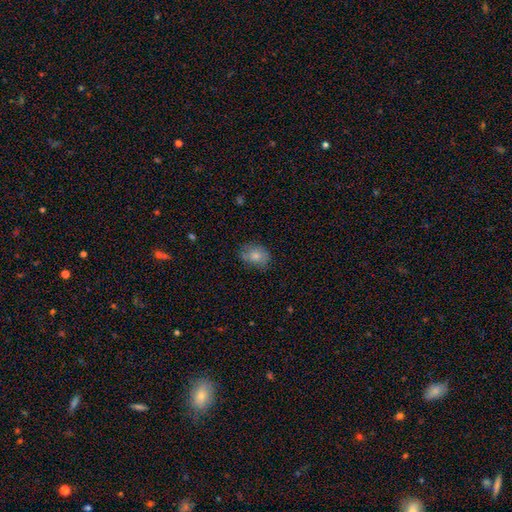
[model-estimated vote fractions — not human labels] smooth 79%, featured or disk 13%, star or artifact 8%. Down the decision tree: how rounded — in between (62%); merging — none (71%).